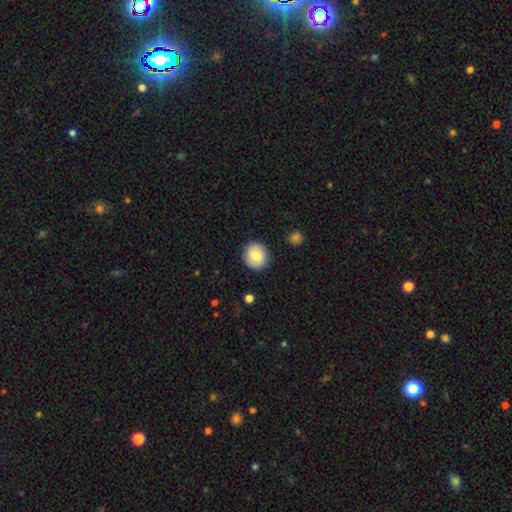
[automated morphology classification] Overall: smooth (77%). How rounded: round (88%). Merging: none (89%).